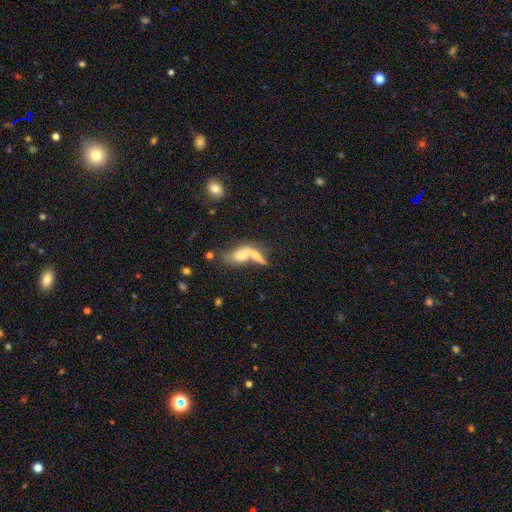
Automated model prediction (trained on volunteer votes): smooth 61%, featured or disk 28%, star or artifact 11%. Down the decision tree: how rounded — in between (56%); merging — merger (56%).